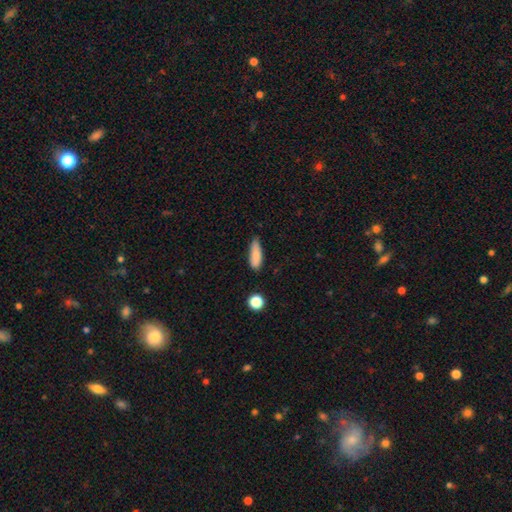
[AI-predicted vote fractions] Q: Smooth or featured?
A: smooth (83%); runner-up: featured or disk (9%)
Q: How rounded?
A: in between (53%); runner-up: cigar-shaped (45%)
Q: Merging?
A: none (64%); runner-up: minor disturbance (28%)